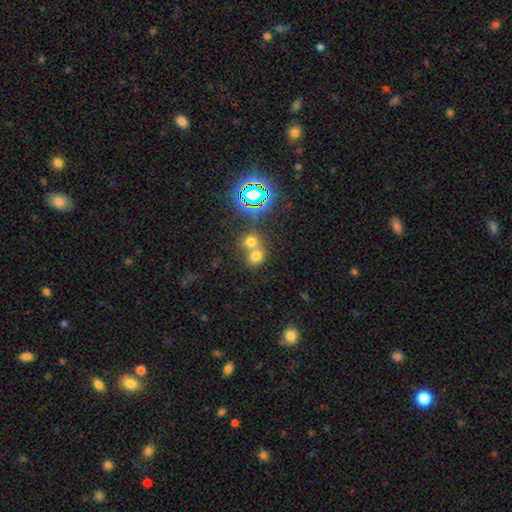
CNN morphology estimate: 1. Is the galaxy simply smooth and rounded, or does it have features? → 66% smooth, 23% star or artifact, 11% featured or disk.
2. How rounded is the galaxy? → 70% round, 29% in between, 1% cigar-shaped.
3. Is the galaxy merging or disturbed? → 55% merger, 36% none, 6% minor disturbance, 3% major disturbance.